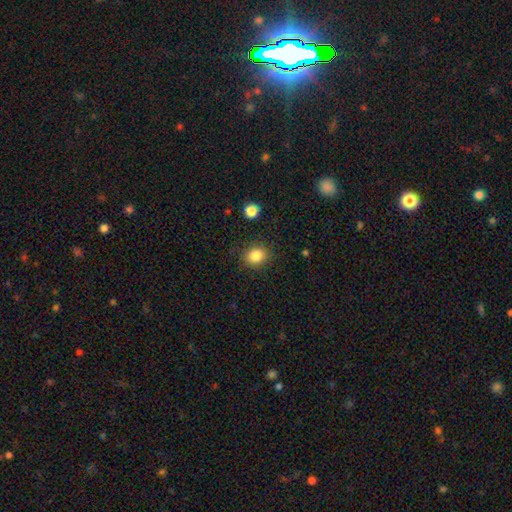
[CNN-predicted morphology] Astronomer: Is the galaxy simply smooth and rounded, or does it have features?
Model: smooth — 85%.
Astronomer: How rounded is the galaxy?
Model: round — 64%.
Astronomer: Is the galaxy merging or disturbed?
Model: none — 87%.